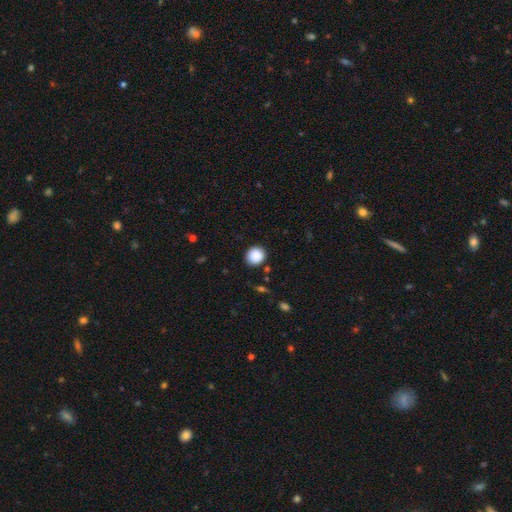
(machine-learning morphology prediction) smooth 88%, star or artifact 9%, featured or disk 3%. Down the decision tree: how rounded — round (90%); merging — none (87%).